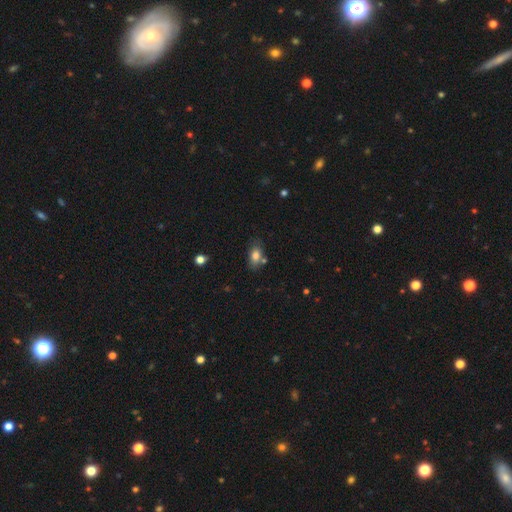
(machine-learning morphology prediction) Smooth or featured? smooth (80%)
How rounded? in between (86%)
Merging? none (68%)